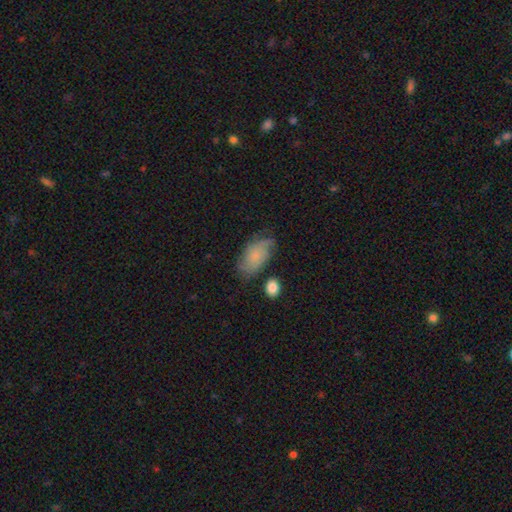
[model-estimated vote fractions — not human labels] Smooth or featured: smooth — 54% (featured or disk — 38%)
How rounded: in between — 91% (round — 6%)
Merging: none — 61% (minor disturbance — 26%)